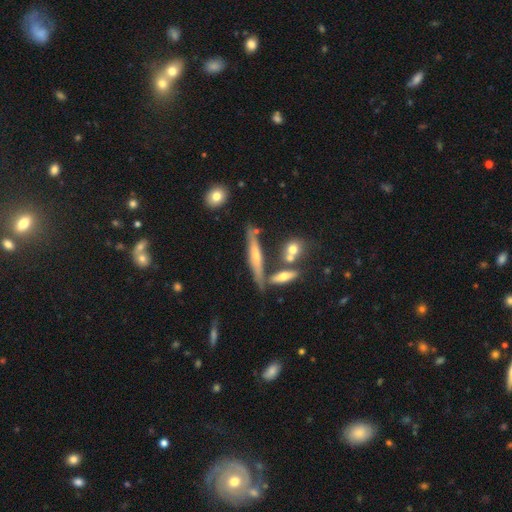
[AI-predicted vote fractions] smooth_or_featured: featured or disk (p=0.53) [alt: smooth p=0.39]
disk_edge_on: yes (p=0.90) [alt: no p=0.10]
merging: none (p=0.67) [alt: merger p=0.15]